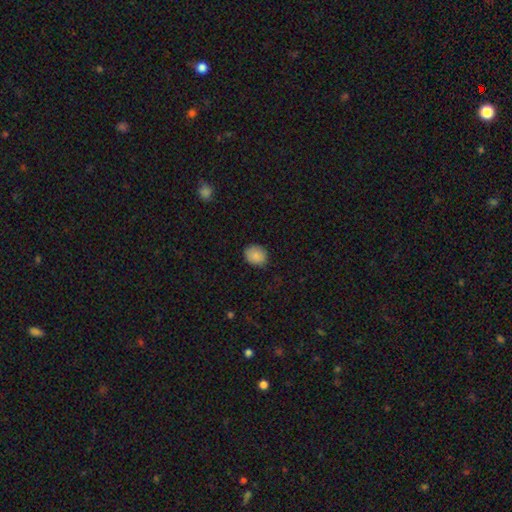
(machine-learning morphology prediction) A smooth galaxy with no disk features (88%) that is round (57%). Merging: none (85%).